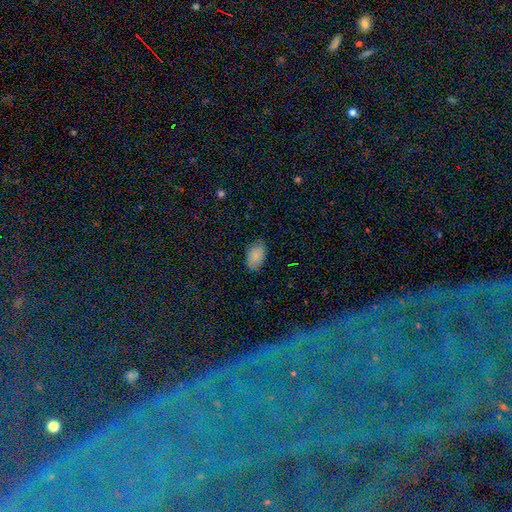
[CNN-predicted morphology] Smooth or featured? smooth (88%)
How rounded? in between (92%)
Merging? none (83%)